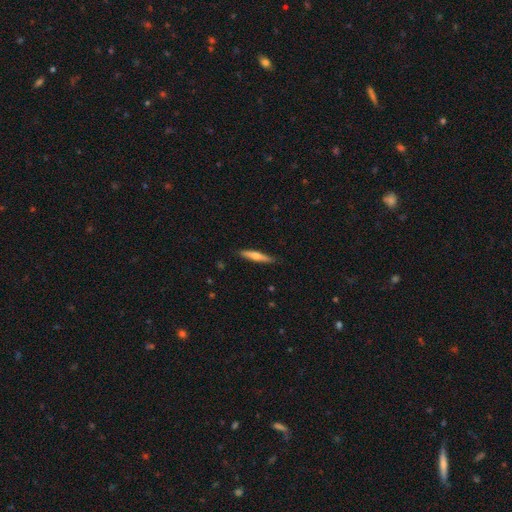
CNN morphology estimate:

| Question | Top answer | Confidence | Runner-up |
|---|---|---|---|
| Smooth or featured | smooth | 52% | featured or disk (42%) |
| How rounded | cigar-shaped | 89% | in between (9%) |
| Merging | none | 87% | minor disturbance (10%) |